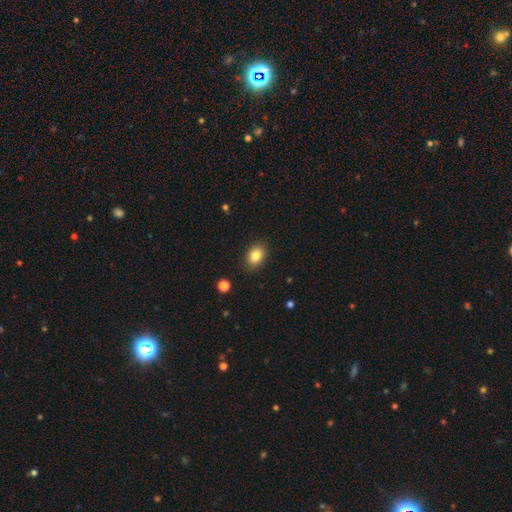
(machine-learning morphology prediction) The model was most divided on "how rounded": in between: 72%, round: 27%, cigar-shaped: 1%. More confident: merging — none (88%); smooth or featured — smooth (83%).